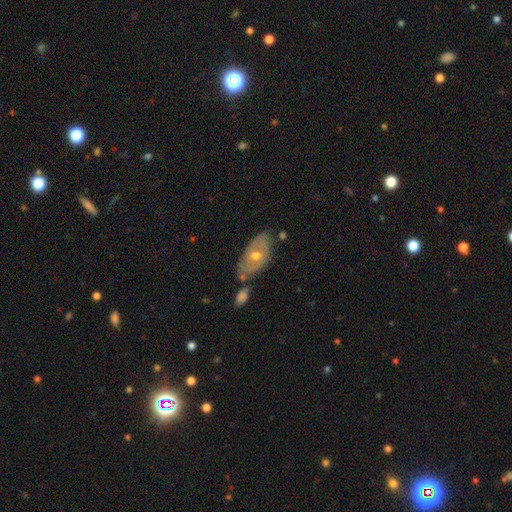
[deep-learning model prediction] Q: Smooth or featured?
A: featured or disk (56%); runner-up: smooth (37%)
Q: Edge-on disk?
A: no (87%); runner-up: yes (13%)
Q: Merging?
A: none (56%); runner-up: minor disturbance (22%)